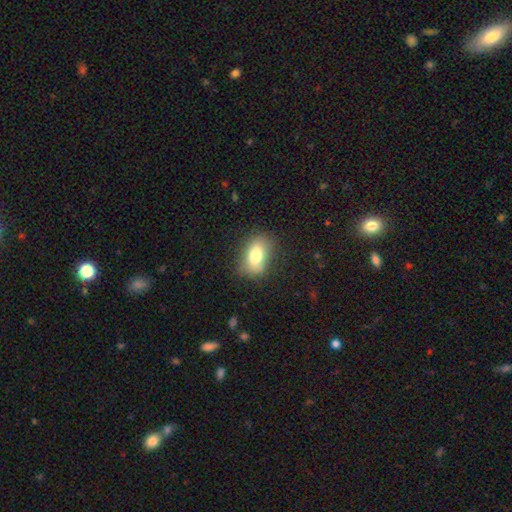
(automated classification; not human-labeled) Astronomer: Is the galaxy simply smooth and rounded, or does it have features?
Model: smooth — 76%.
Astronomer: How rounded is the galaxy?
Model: in between — 87%.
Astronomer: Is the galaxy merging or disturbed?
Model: none — 75%.